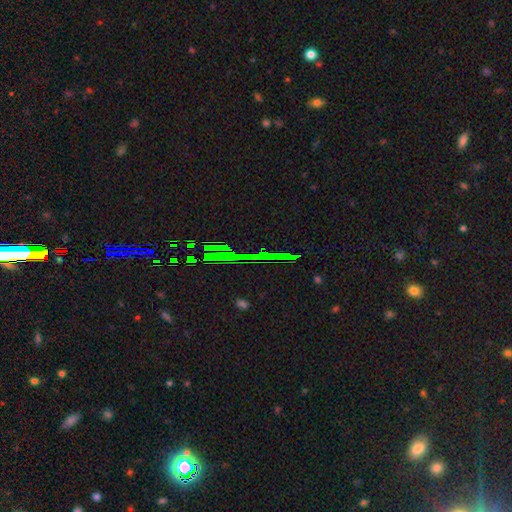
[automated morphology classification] type=star or artifact (79%).